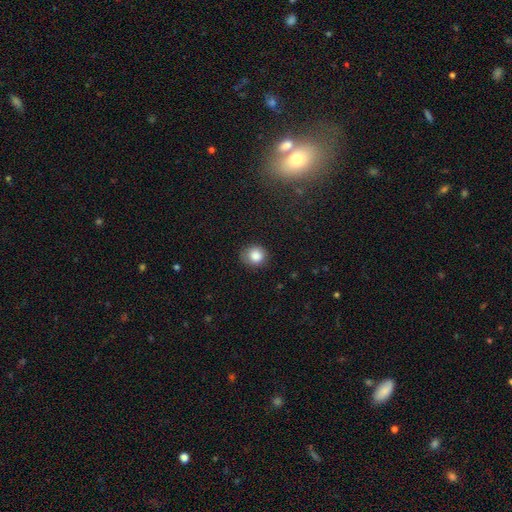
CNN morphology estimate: smooth-or-featured: smooth: 85% | star or artifact: 10% | featured or disk: 5%
  how-rounded: round: 80% | in between: 19% | cigar-shaped: 1%
  merging: none: 78% | minor disturbance: 17% | major disturbance: 4% | merger: 1%